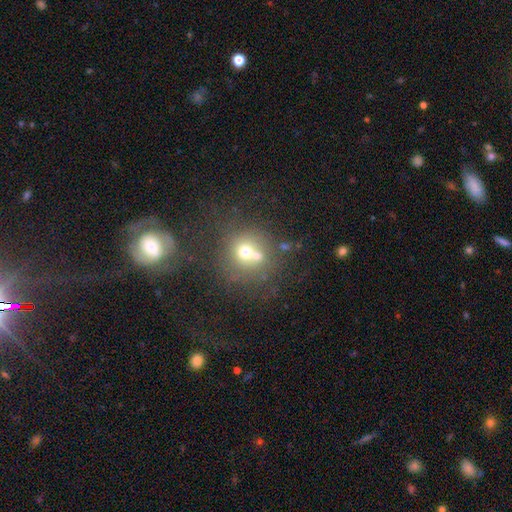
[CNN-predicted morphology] Smooth or featured: smooth — 61% (featured or disk — 21%)
How rounded: round — 88% (in between — 11%)
Merging: none — 45% (merger — 39%)